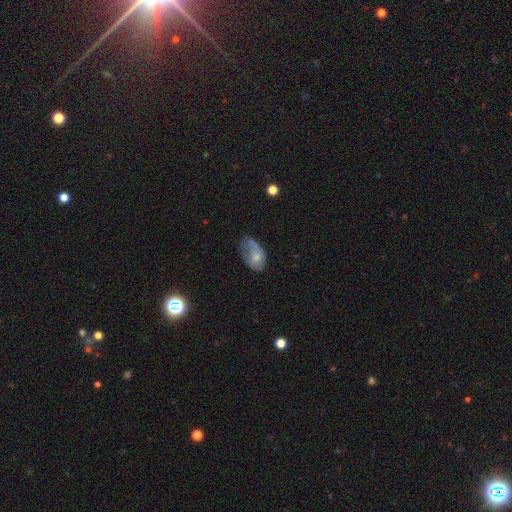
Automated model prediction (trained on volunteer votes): A smooth galaxy with no disk features (61%) that is in between round and cigar-shaped (88%).

Vote fractions:
- Smooth or featured? smooth: 61% / featured or disk: 31% / star or artifact: 8%
- How rounded? in between: 88% / round: 10% / cigar-shaped: 2%
- Merging? major disturbance: 37% / minor disturbance: 36% / none: 23% / merger: 4%